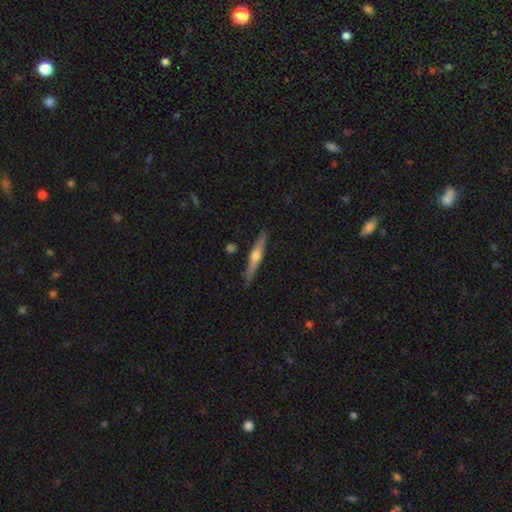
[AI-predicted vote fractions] smooth-or-featured: featured or disk: 58% | smooth: 36% | star or artifact: 6%
  disk-edge-on: yes: 95% | no: 5%
    edge-on-bulge: rounded: 90% | none: 7% | boxy: 3%
  merging: none: 84% | minor disturbance: 12% | major disturbance: 2% | merger: 2%